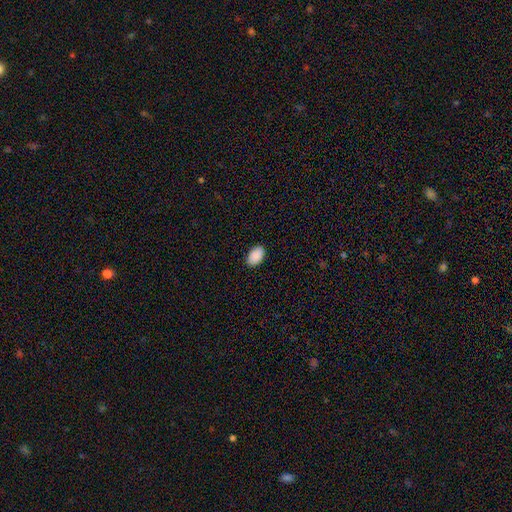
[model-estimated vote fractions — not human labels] smooth_or_featured: smooth (p=0.91) [alt: star or artifact p=0.07]
how_rounded: in between (p=0.93) [alt: round p=0.06]
merging: none (p=0.89) [alt: minor disturbance p=0.08]